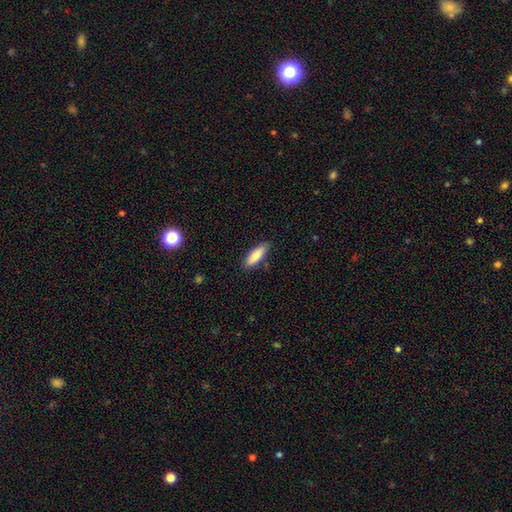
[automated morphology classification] A smooth galaxy with no disk features (84%) that is in between round and cigar-shaped (55%).

Vote fractions:
- Smooth or featured? smooth: 84% / featured or disk: 10% / star or artifact: 6%
- How rounded? in between: 55% / cigar-shaped: 44% / round: 2%
- Merging? none: 86% / minor disturbance: 11% / major disturbance: 2% / merger: 1%